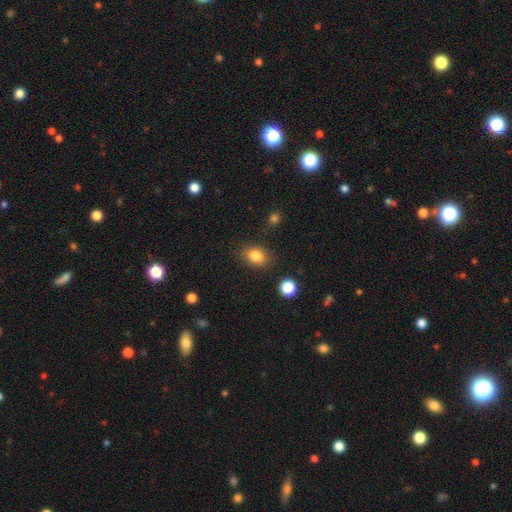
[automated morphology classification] The model was most divided on "how rounded": in between: 70%, round: 29%, cigar-shaped: 1%. More confident: smooth or featured — smooth (83%); merging — none (83%).